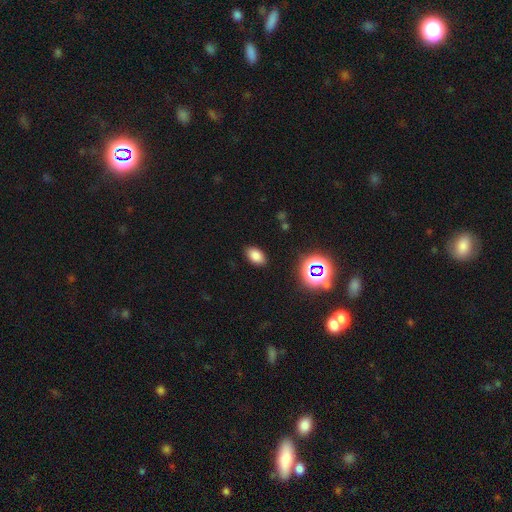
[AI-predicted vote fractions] smooth_or_featured: smooth (p=0.78) [alt: star or artifact p=0.16]
how_rounded: in between (p=0.90) [alt: round p=0.08]
merging: none (p=0.87) [alt: minor disturbance p=0.09]